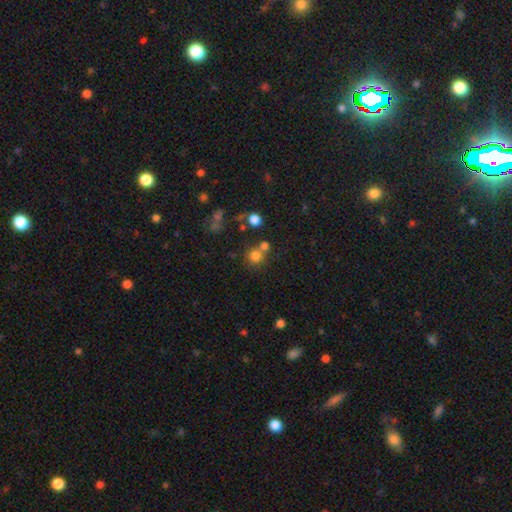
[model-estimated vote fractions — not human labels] Smooth or featured? smooth (74%)
How rounded? round (88%)
Merging? none (54%)